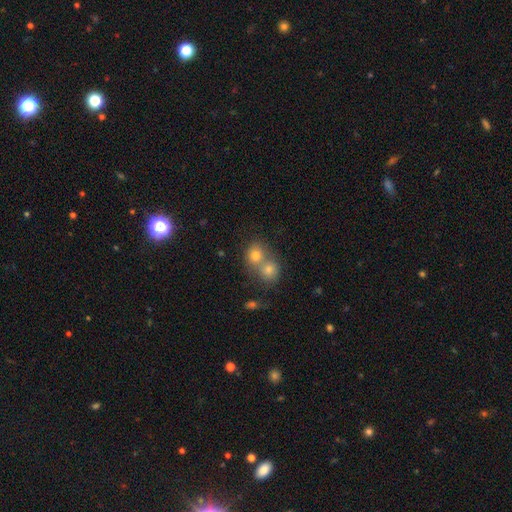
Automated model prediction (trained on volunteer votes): Smooth or featured? Predicted: smooth (p=0.61). How rounded? Predicted: round (p=0.75). Merging? Predicted: merger (p=0.52).